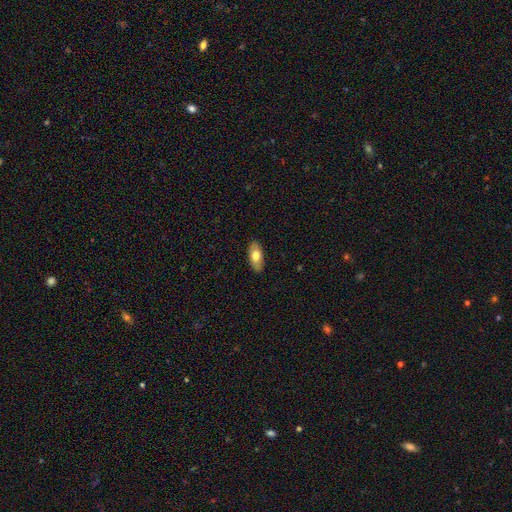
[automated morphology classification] smooth 72%, featured or disk 22%, star or artifact 6%. Down the decision tree: how rounded — in between (87%); merging — none (89%).